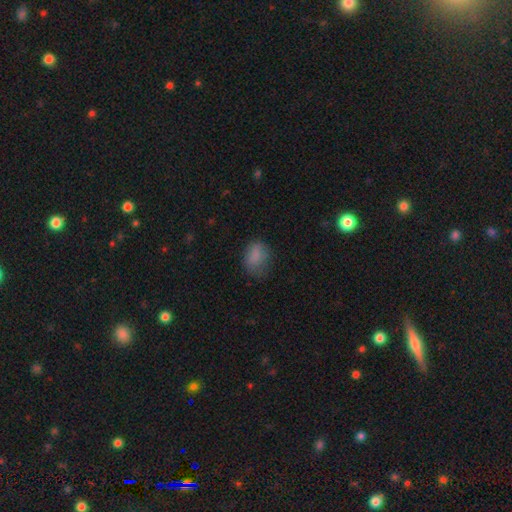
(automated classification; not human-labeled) This is clearly a smooth galaxy (80%). How rounded: likely in between (70%). Merging: possibly none (55%).